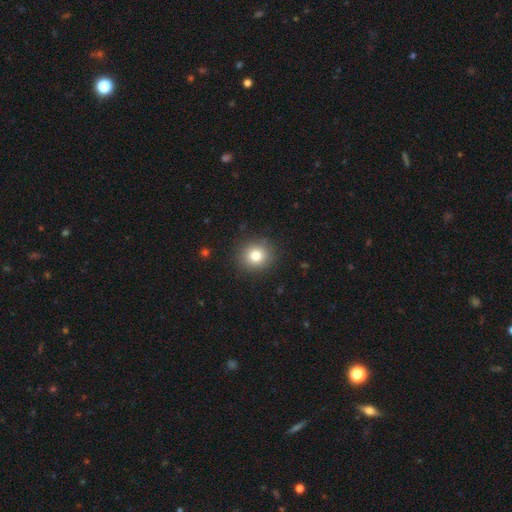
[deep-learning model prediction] smooth 80%, star or artifact 12%, featured or disk 8%. Down the decision tree: how rounded — round (89%); merging — none (90%).